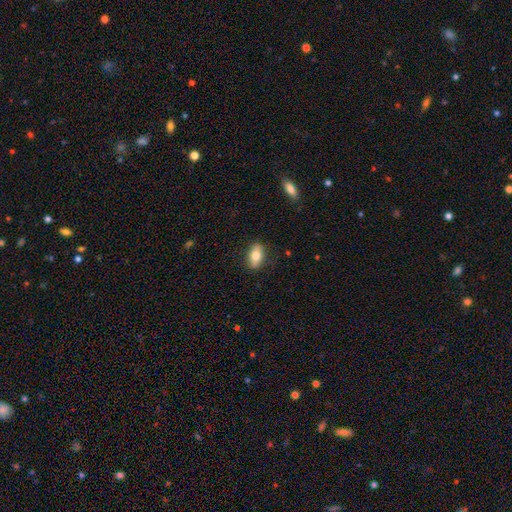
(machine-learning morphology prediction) Smooth or featured?
  - smooth: 77% *
  - featured or disk: 16%
  - star or artifact: 7%
How rounded?
  - in between: 88% *
  - cigar-shaped: 7%
  - round: 6%
Merging?
  - none: 84% *
  - minor disturbance: 12%
  - major disturbance: 3%
  - merger: 1%